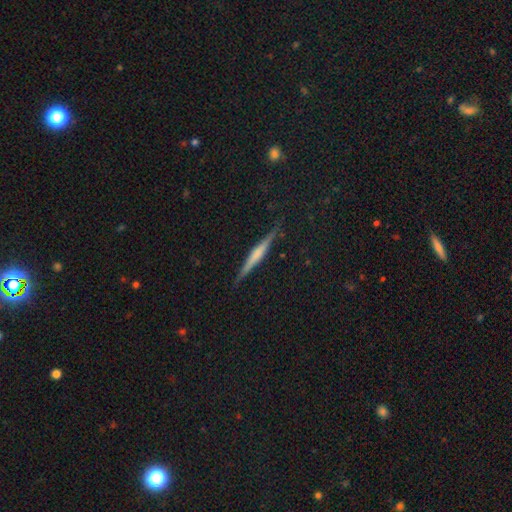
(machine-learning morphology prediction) Overall: featured or disk (67%). Edge-on disk: yes (97%). Edge-on bulge: rounded (56%; none 31%). Merging: none (89%).